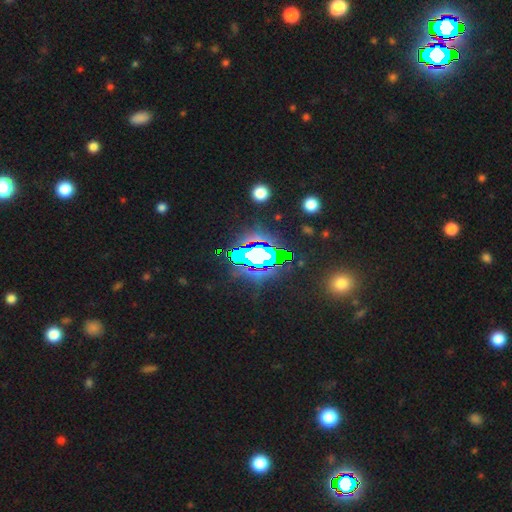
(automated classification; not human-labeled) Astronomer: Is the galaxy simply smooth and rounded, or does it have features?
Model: star or artifact — 69%.